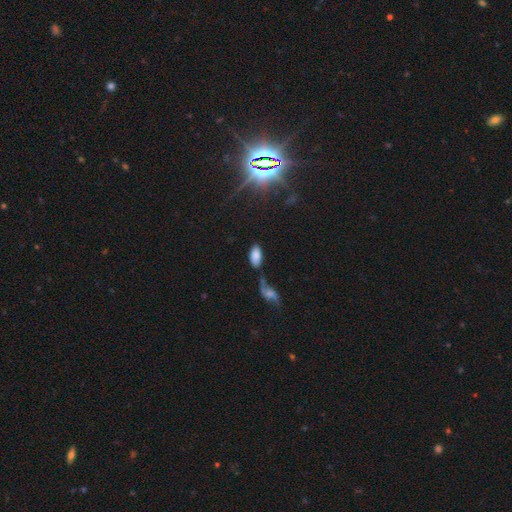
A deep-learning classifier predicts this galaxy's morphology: Smooth or featured?
  - smooth: 79% *
  - featured or disk: 12%
  - star or artifact: 9%
How rounded?
  - in between: 93% *
  - cigar-shaped: 4%
  - round: 3%
Merging?
  - none: 55% *
  - minor disturbance: 19%
  - merger: 18%
  - major disturbance: 8%